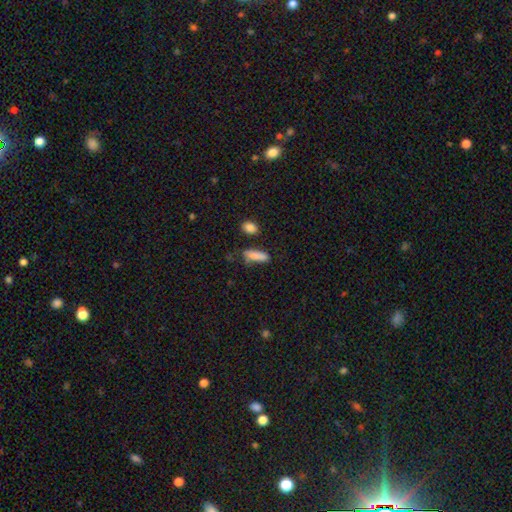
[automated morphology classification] Smooth or featured? smooth (85%)
How rounded? in between (50%)
Merging? none (64%)